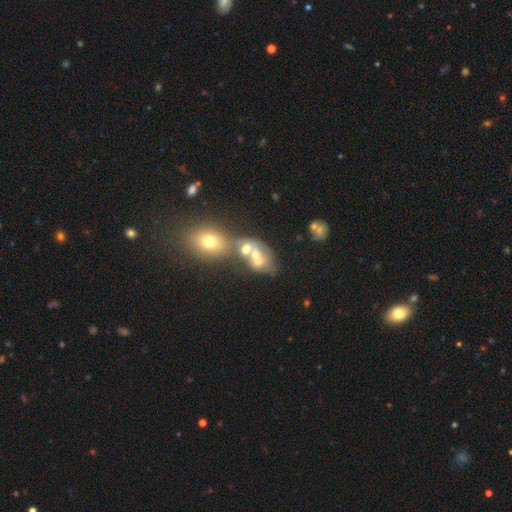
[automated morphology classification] Smooth or featured? smooth (52%)
How rounded? in between (53%)
Merging? merger (62%)